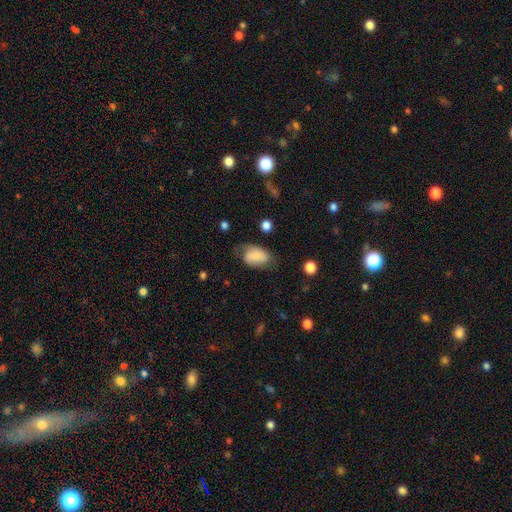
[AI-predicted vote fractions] A smooth galaxy with no disk features (69%) that is in between round and cigar-shaped (88%).

Vote fractions:
- Smooth or featured? smooth: 69% / featured or disk: 22% / star or artifact: 8%
- How rounded? in between: 88% / round: 10% / cigar-shaped: 1%
- Merging? none: 48% / minor disturbance: 33% / major disturbance: 17% / merger: 2%